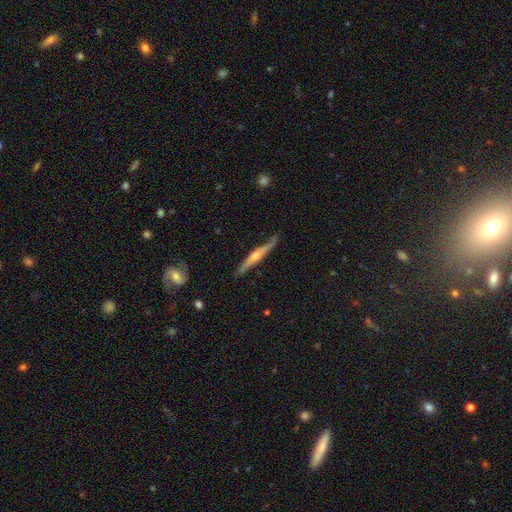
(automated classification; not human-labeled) Smooth or featured? featured or disk (70%)
Edge-on disk? yes (94%)
Edge-on bulge? rounded (80%)
Merging? none (77%)